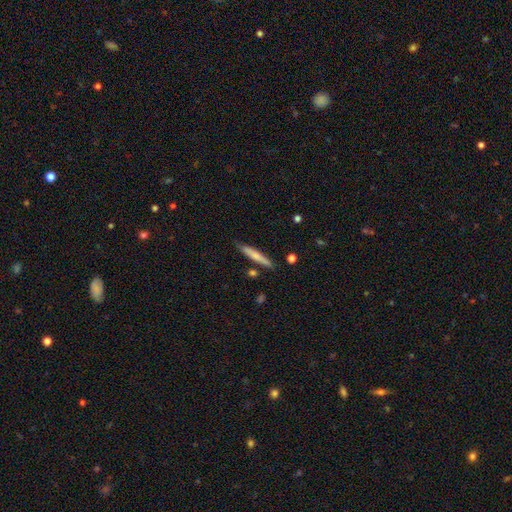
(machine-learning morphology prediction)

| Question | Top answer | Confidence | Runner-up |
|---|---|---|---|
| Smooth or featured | smooth | 64% | featured or disk (30%) |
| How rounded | cigar-shaped | 94% | in between (5%) |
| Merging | none | 81% | minor disturbance (13%) |